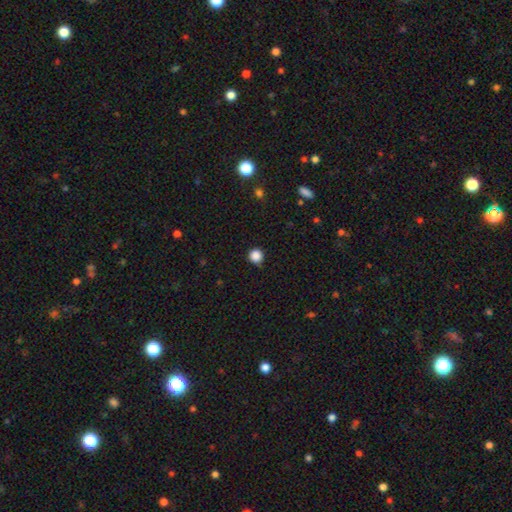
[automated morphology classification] smooth_or_featured: smooth (p=0.86) [alt: star or artifact p=0.11]
how_rounded: round (p=0.94) [alt: in between p=0.05]
merging: none (p=0.85) [alt: minor disturbance p=0.12]